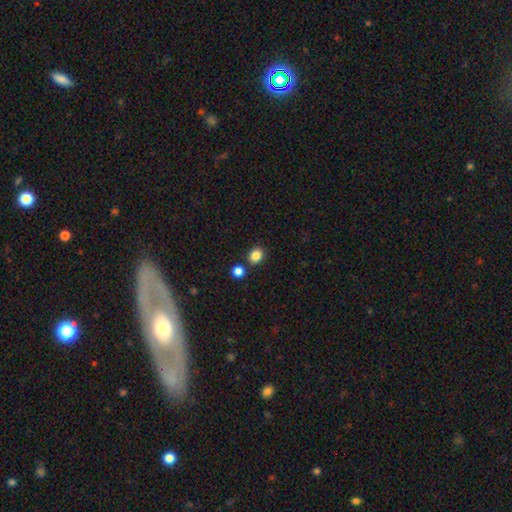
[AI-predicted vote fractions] Smooth or featured? Predicted: smooth (p=0.86). How rounded? Predicted: round (p=0.60). Merging? Predicted: none (p=0.80).